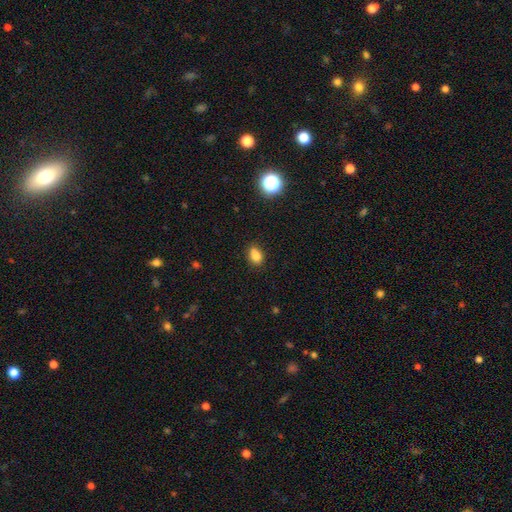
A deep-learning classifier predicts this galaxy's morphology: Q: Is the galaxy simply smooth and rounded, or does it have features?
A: smooth — 81%.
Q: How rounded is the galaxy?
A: in between — 72%.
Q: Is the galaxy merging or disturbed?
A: none — 68%.